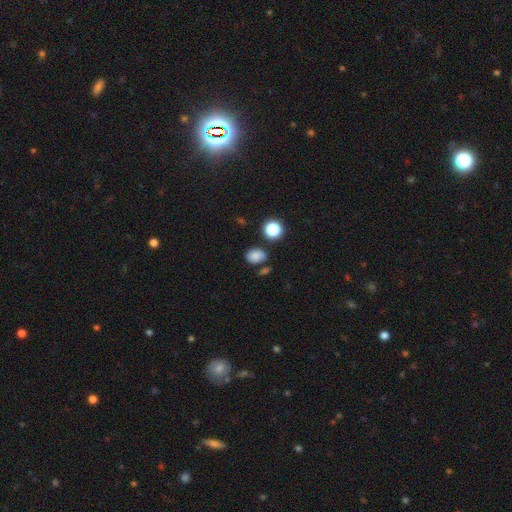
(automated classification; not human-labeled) Smooth or featured?
  - smooth: 80% *
  - star or artifact: 14%
  - featured or disk: 6%
How rounded?
  - in between: 61% *
  - round: 38%
  - cigar-shaped: 1%
Merging?
  - none: 67% *
  - minor disturbance: 18%
  - merger: 10%
  - major disturbance: 5%